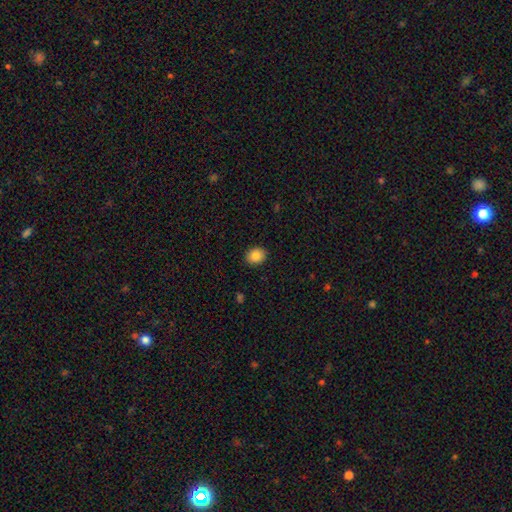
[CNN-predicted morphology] The model was most divided on "how rounded": round: 54%, in between: 45%, cigar-shaped: 1%. More confident: merging — none (90%); smooth or featured — smooth (86%).